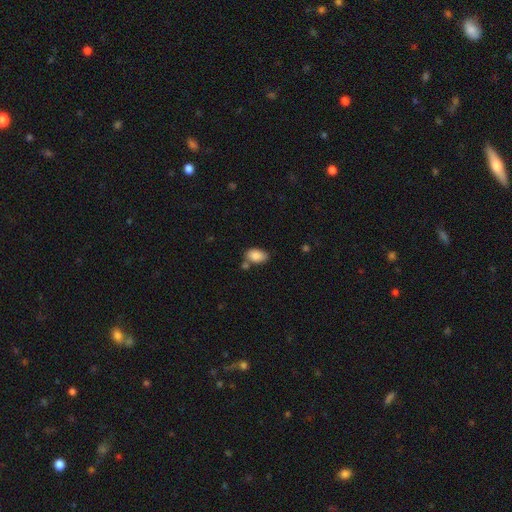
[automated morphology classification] Smooth or featured: smooth — 87% (star or artifact — 8%)
How rounded: in between — 90% (round — 8%)
Merging: none — 61% (minor disturbance — 18%)